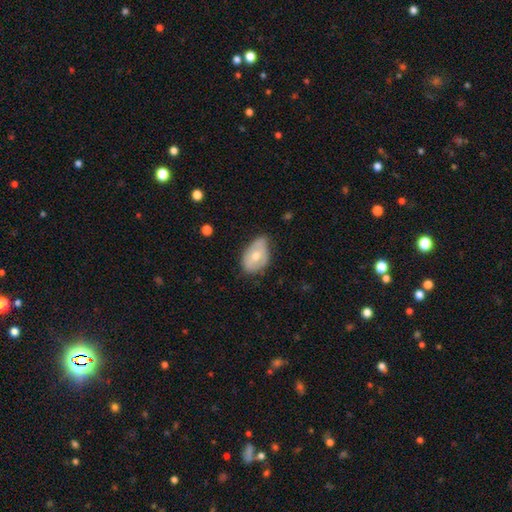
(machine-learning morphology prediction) type=smooth (59%); roundness=in between (87%); merging=none (47%).